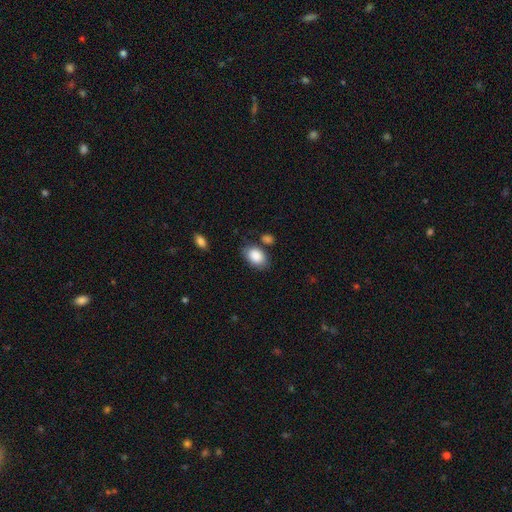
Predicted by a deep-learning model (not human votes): A smooth galaxy with no disk features (88%) that is in between round and cigar-shaped (84%).

Vote fractions:
- Smooth or featured? smooth: 88% / star or artifact: 7% / featured or disk: 5%
- How rounded? in between: 84% / round: 15% / cigar-shaped: 1%
- Merging? none: 73% / minor disturbance: 16% / merger: 7% / major disturbance: 5%